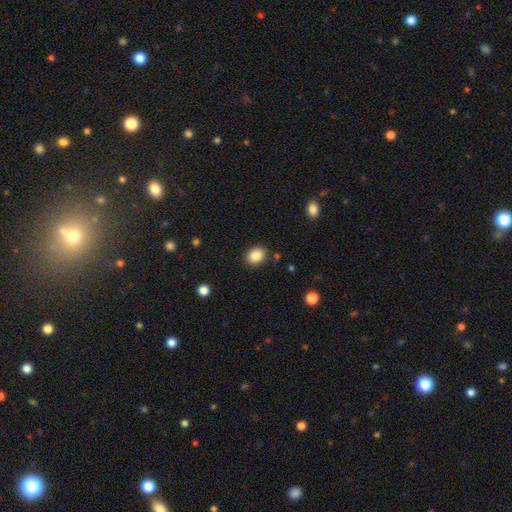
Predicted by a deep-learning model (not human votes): A smooth galaxy with no disk features (87%) that is in between round and cigar-shaped (55%). Merging: none (87%).